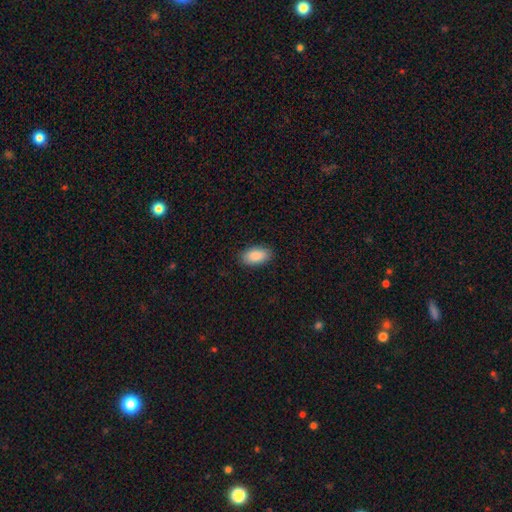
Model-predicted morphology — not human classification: The model was most divided on "merging": none: 88%, minor disturbance: 9%, major disturbance: 2%, merger: 1%. More confident: how rounded — in between (94%); smooth or featured — smooth (89%).